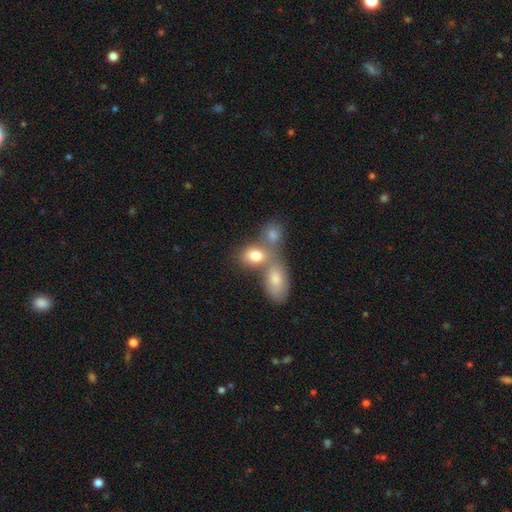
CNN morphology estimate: Smooth or featured? Predicted: smooth (p=0.77). How rounded? Predicted: in between (p=0.66). Merging? Predicted: merger (p=0.48).